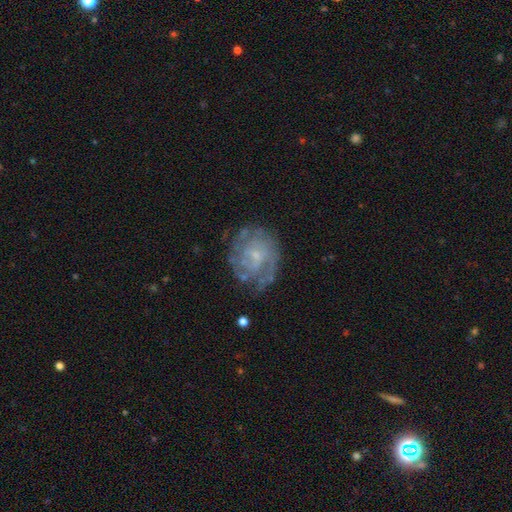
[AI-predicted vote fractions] This is likely a featured or disk galaxy (77%). It is clearly not viewed edge-on (98%). Bar: likely no (67%). Spiral arm pattern: clearly yes (82%). Spiral arm count: possibly can't tell (49%). Spiral winding: possibly tight (59%). Central bulge: likely small (69%). Merging: likely none (63%).